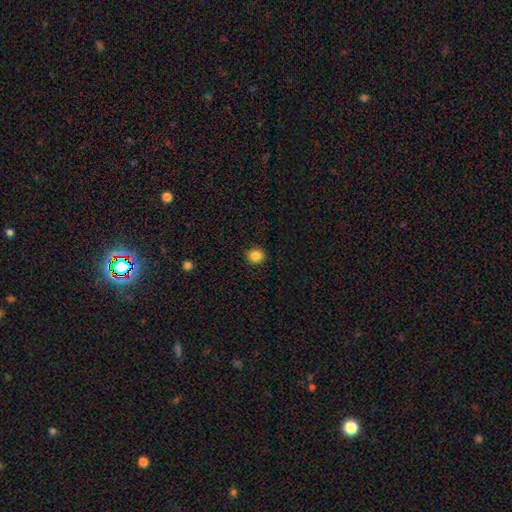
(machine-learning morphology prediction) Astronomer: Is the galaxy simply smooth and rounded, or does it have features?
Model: smooth — 85%.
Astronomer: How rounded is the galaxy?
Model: round — 83%.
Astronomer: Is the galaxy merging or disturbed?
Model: none — 92%.